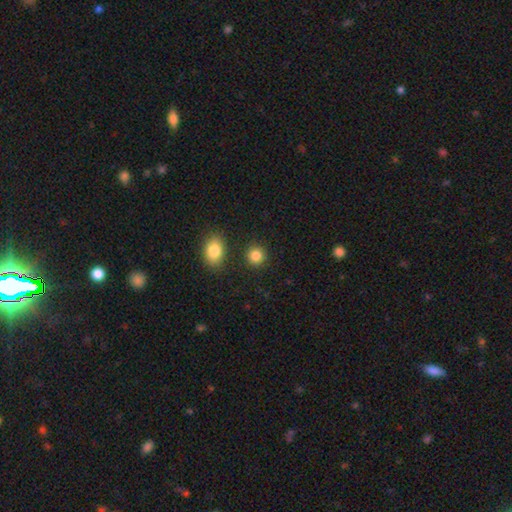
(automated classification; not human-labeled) Smooth or featured? Predicted: smooth (p=0.87). How rounded? Predicted: round (p=0.85). Merging? Predicted: none (p=0.87).